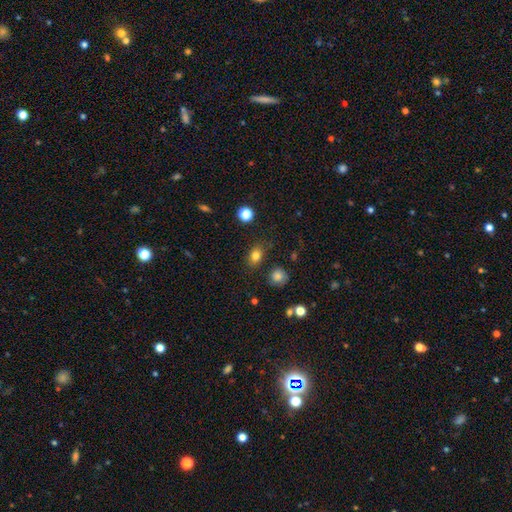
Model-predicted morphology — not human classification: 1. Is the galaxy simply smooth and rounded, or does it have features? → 81% smooth, 12% star or artifact, 8% featured or disk.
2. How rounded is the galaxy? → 63% in between, 35% round, 2% cigar-shaped.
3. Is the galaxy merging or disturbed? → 80% none, 13% minor disturbance, 4% major disturbance, 3% merger.